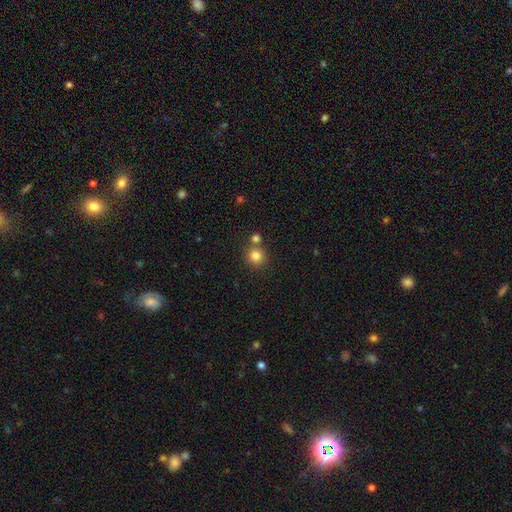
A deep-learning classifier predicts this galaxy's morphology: A smooth galaxy with no disk features (82%) that is round (91%). Merging: none (71%).